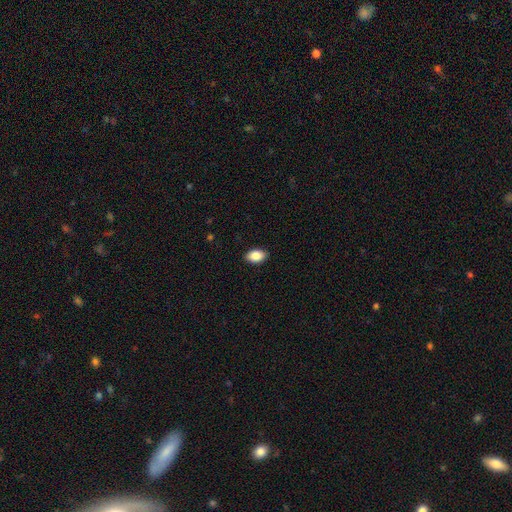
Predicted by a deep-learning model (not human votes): Smooth or featured? smooth (88%)
How rounded? in between (90%)
Merging? none (88%)